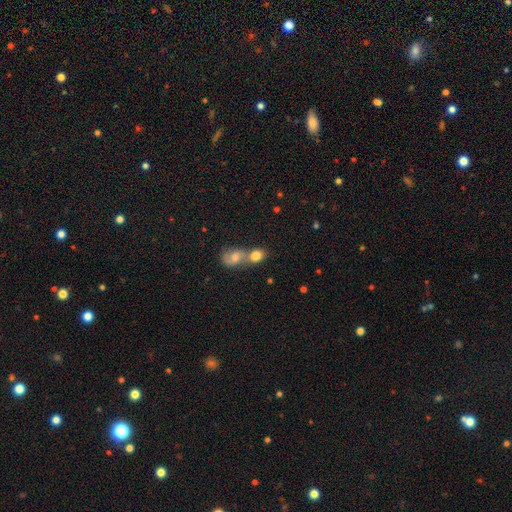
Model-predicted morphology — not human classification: Smooth or featured? Predicted: smooth (p=0.72). How rounded? Predicted: round (p=0.54). Merging? Predicted: merger (p=0.65).